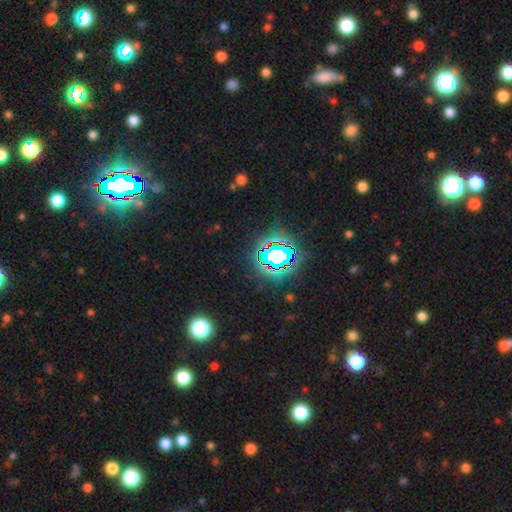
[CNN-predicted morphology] The model was most divided on "smooth or featured": star or artifact: 80%, smooth: 13%, featured or disk: 7%.